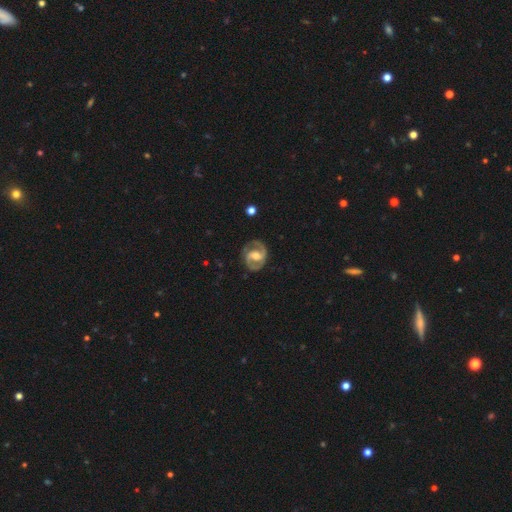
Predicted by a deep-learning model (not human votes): Smooth or featured?
  - featured or disk: 88% *
  - smooth: 8%
  - star or artifact: 4%
Edge-on disk?
  - no: 98% *
  - yes: 2%
Bar?
  - weak: 46% *
  - strong: 28%
  - no: 25%
Spiral arms?
  - yes: 95% *
  - no: 5%
Spiral winding?
  - medium: 54% *
  - tight: 35%
  - loose: 11%
Spiral arm count?
  - 2: 92% *
  - can't tell: 3%
  - 1: 2%
  - 3: 1%
  - 4: 1%
  - more than 4: 1%
Bulge size?
  - moderate: 68% *
  - small: 18%
  - large: 11%
  - none: 2%
  - dominant: 1%
Merging?
  - none: 82% *
  - minor disturbance: 12%
  - major disturbance: 4%
  - merger: 1%